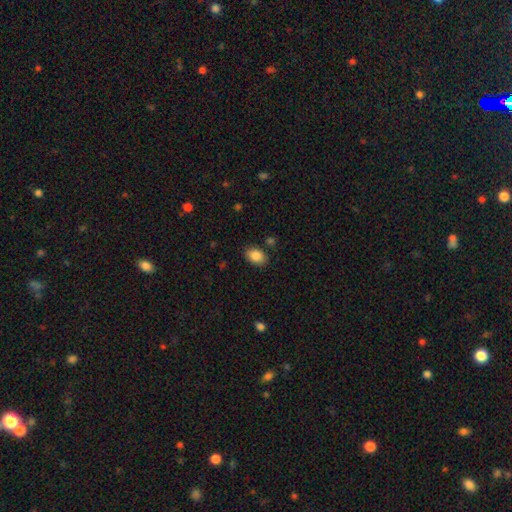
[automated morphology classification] Smooth or featured: smooth — 86% (star or artifact — 8%)
How rounded: in between — 81% (round — 17%)
Merging: none — 84% (minor disturbance — 11%)